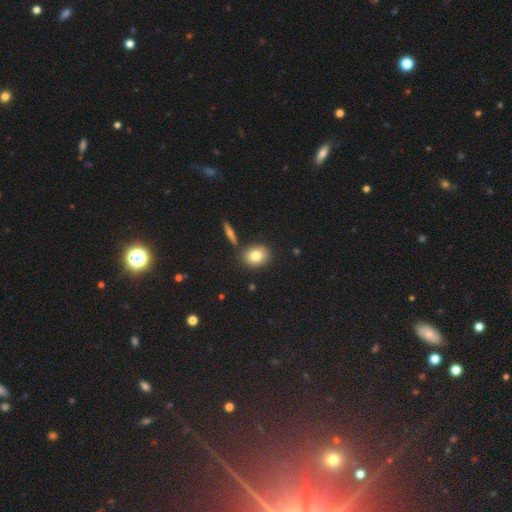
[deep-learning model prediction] A smooth galaxy with no disk features (79%) that is round (55%).

Vote fractions:
- Smooth or featured? smooth: 79% / featured or disk: 11% / star or artifact: 10%
- How rounded? round: 55% / in between: 43% / cigar-shaped: 2%
- Merging? none: 78% / minor disturbance: 10% / merger: 9% / major disturbance: 3%